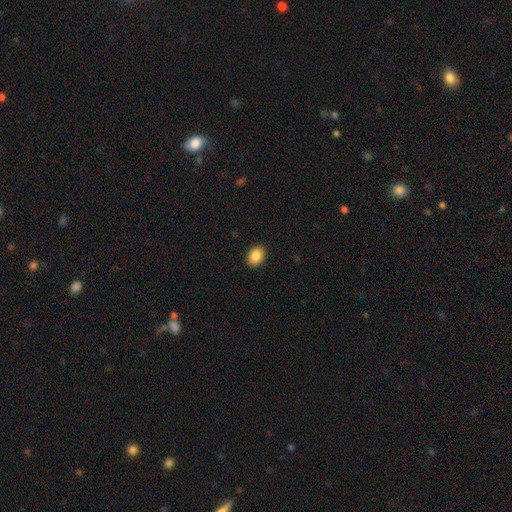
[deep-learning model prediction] A smooth galaxy with no disk features (87%) that is in between round and cigar-shaped (73%). Merging: none (91%).